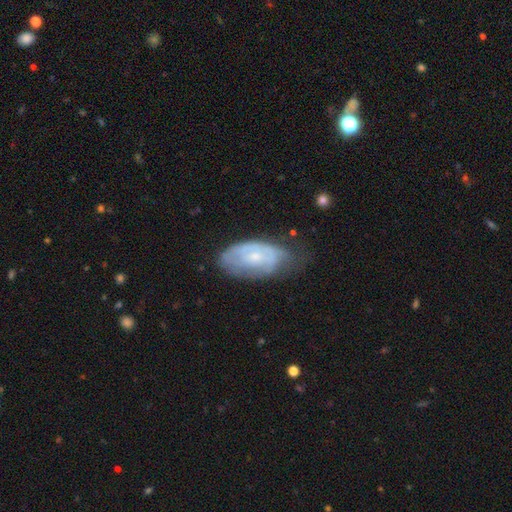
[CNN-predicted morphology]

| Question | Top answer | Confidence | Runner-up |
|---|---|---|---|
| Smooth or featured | featured or disk | 59% | smooth (34%) |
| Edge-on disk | no | 93% | yes (7%) |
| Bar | no | 74% | weak (23%) |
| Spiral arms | yes | 66% | no (34%) |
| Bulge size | small | 63% | moderate (30%) |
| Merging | none | 50% | minor disturbance (35%) |